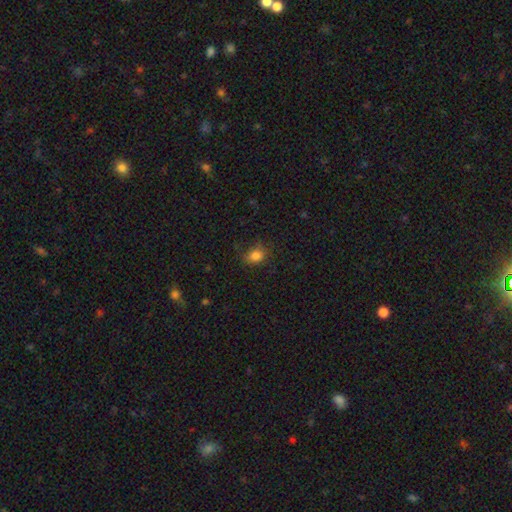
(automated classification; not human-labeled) smooth_or_featured: smooth (p=0.82) [alt: star or artifact p=0.12]
how_rounded: in between (p=0.54) [alt: round p=0.45]
merging: none (p=0.74) [alt: minor disturbance p=0.19]